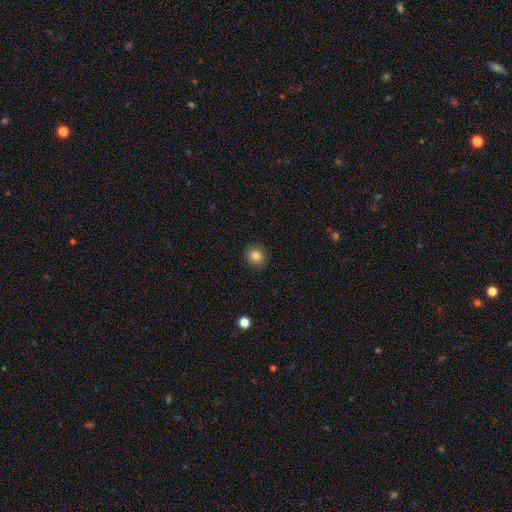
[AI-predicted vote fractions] This appears to be a smooth galaxy with no disk features (84%) that is round (83%). Merging: none (90%).